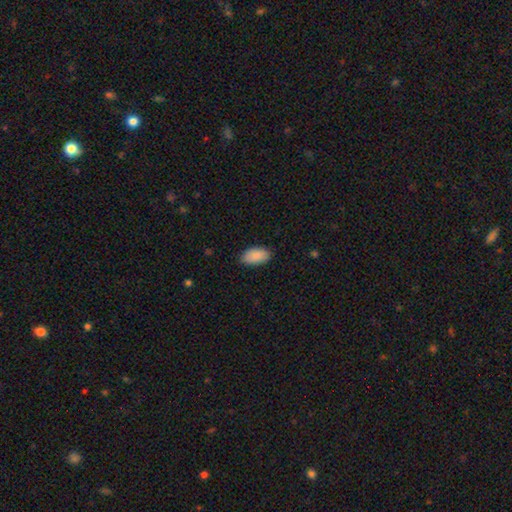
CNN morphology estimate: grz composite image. It shows a smooth galaxy with no disk features (90%) that is in between round and cigar-shaped (95%). Merging: none (86%).